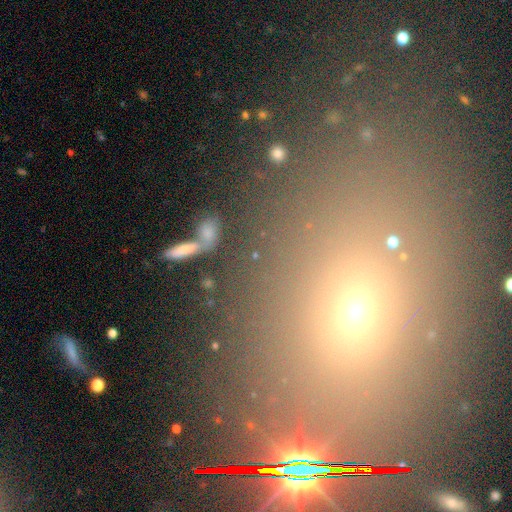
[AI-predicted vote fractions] Overall: smooth (43%; star or artifact 40%). Merging: none (76%).